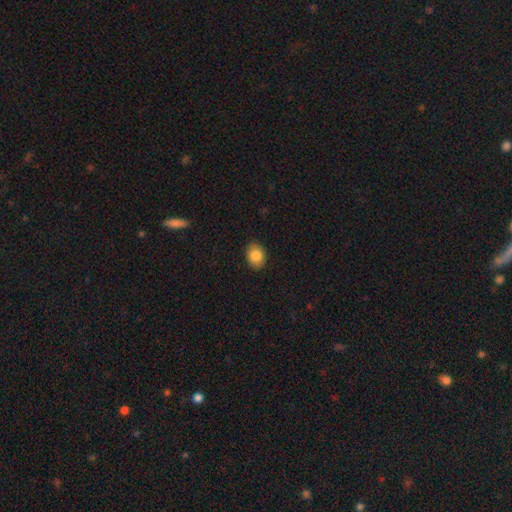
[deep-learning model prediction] The model was most divided on "how rounded": in between: 66%, round: 33%, cigar-shaped: 1%. More confident: merging — none (87%); smooth or featured — smooth (85%).